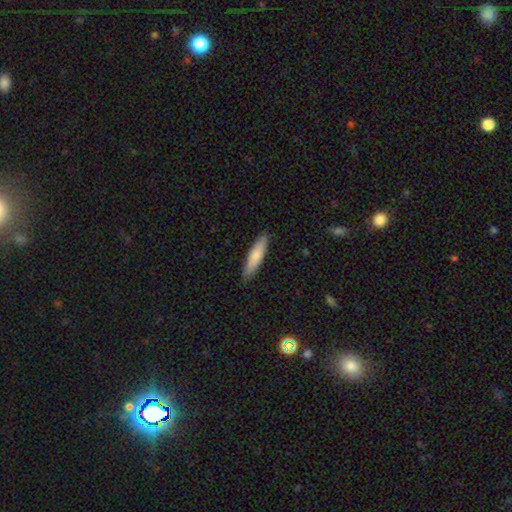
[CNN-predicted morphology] Smooth or featured? Predicted: smooth (p=0.77). How rounded? Predicted: cigar-shaped (p=0.79). Merging? Predicted: none (p=0.89).